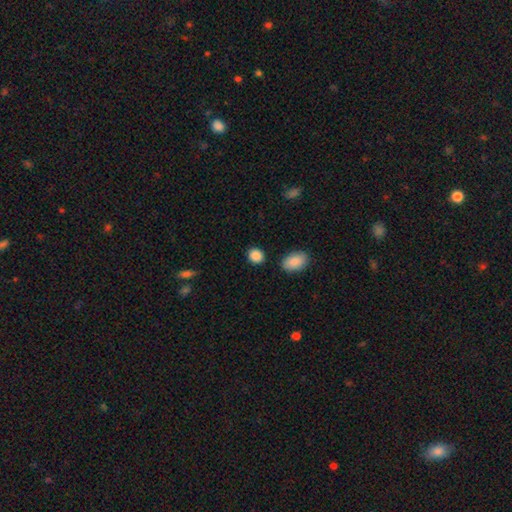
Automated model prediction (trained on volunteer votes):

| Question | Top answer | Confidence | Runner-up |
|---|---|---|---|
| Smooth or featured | smooth | 88% | star or artifact (9%) |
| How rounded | round | 71% | in between (28%) |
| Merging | none | 85% | minor disturbance (8%) |